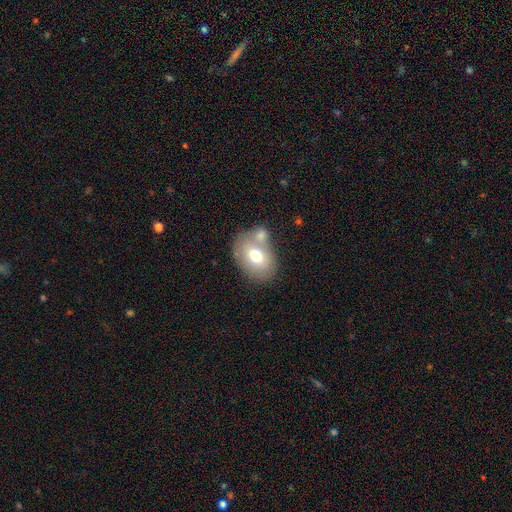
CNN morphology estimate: This is likely a smooth galaxy (68%). How rounded: likely in between (73%). Merging: possibly none (51%).